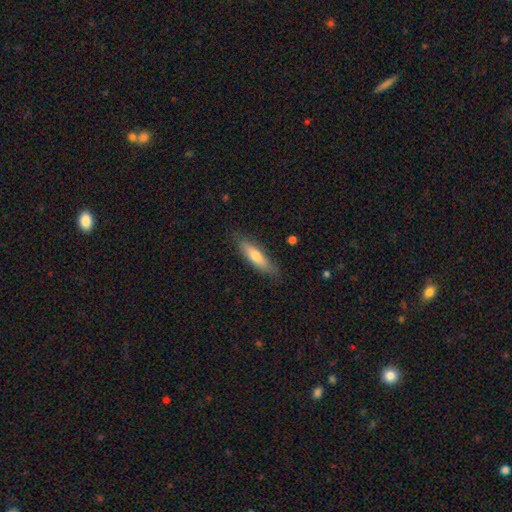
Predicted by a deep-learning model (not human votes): smooth_or_featured: smooth (p=0.66) [alt: featured or disk p=0.28]
how_rounded: cigar-shaped (p=0.70) [alt: in between p=0.29]
merging: none (p=0.82) [alt: minor disturbance p=0.14]